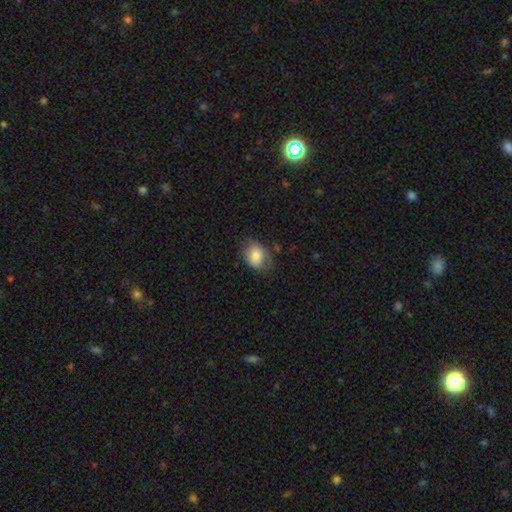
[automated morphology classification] The model was most divided on "how rounded": in between: 62%, round: 37%, cigar-shaped: 1%. More confident: smooth or featured — smooth (80%); merging — none (69%).